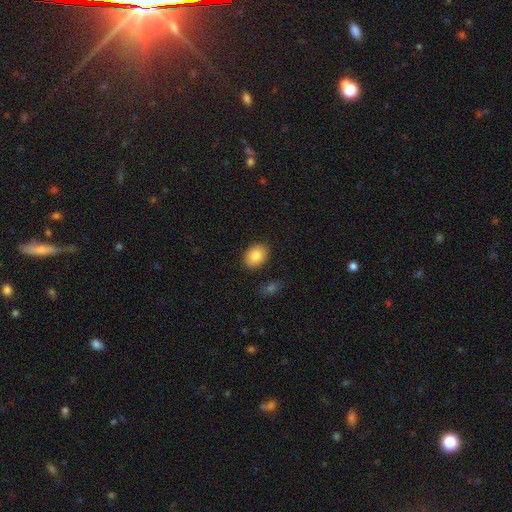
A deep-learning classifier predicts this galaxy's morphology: type=smooth (85%); roundness=in between (73%); merging=none (86%).